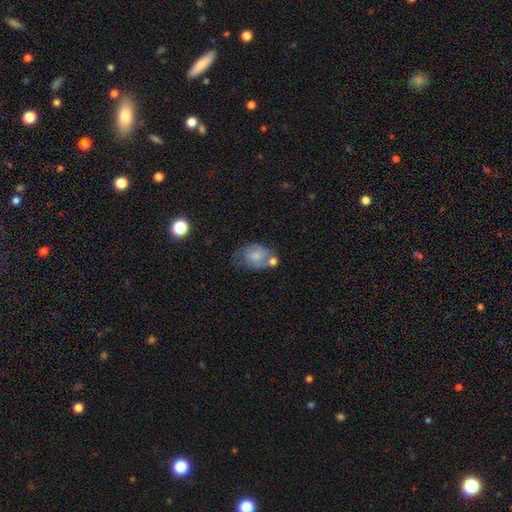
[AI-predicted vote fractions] Morphology: type=smooth (55%); roundness=in between (74%); merging=none (29%).